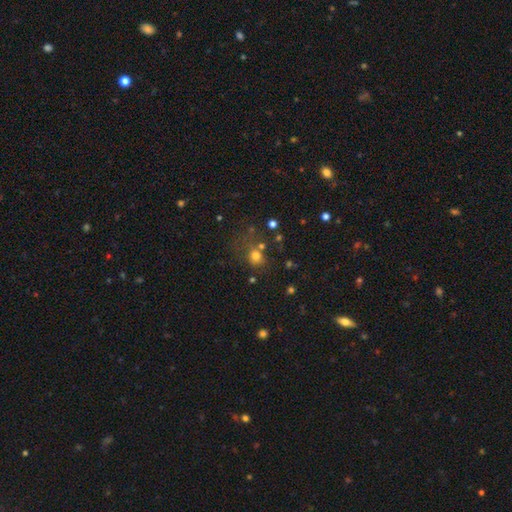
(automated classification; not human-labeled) Morphology: type=smooth (71%); roundness=round (74%); merging=none (55%).